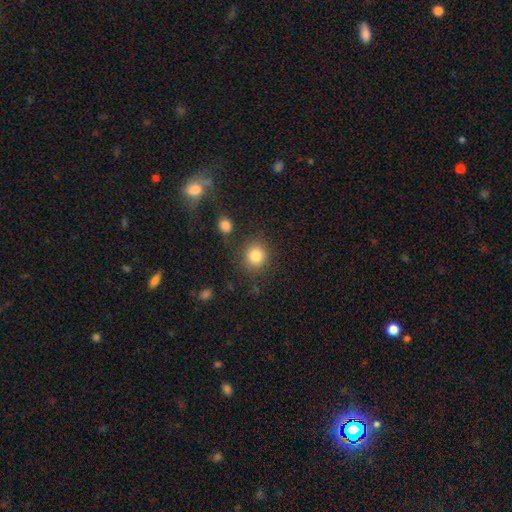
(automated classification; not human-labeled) Smooth or featured?
  - smooth: 83% *
  - star or artifact: 10%
  - featured or disk: 6%
How rounded?
  - round: 84% *
  - in between: 15%
  - cigar-shaped: 1%
Merging?
  - none: 81% *
  - minor disturbance: 10%
  - merger: 5%
  - major disturbance: 4%